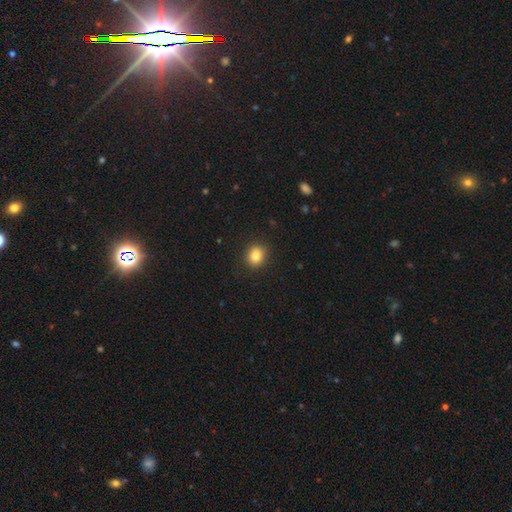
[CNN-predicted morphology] smooth-or-featured: smooth: 83% | star or artifact: 11% | featured or disk: 6%
  how-rounded: round: 73% | in between: 26% | cigar-shaped: 1%
  merging: none: 90% | minor disturbance: 7% | major disturbance: 2% | merger: 1%